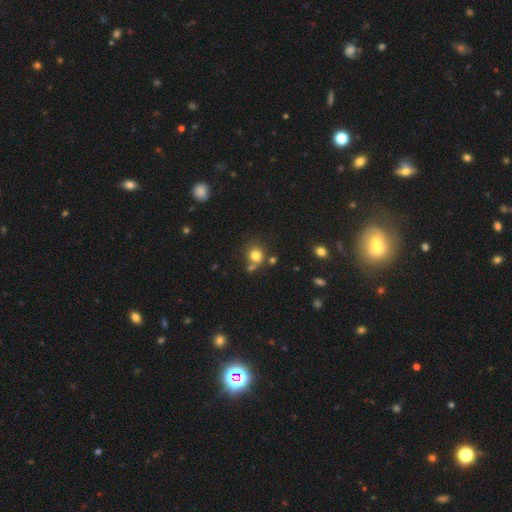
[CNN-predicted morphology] smooth-or-featured: smooth: 79% | star or artifact: 13% | featured or disk: 8%
  how-rounded: round: 82% | in between: 17% | cigar-shaped: 1%
  merging: none: 60% | merger: 21% | minor disturbance: 13% | major disturbance: 5%